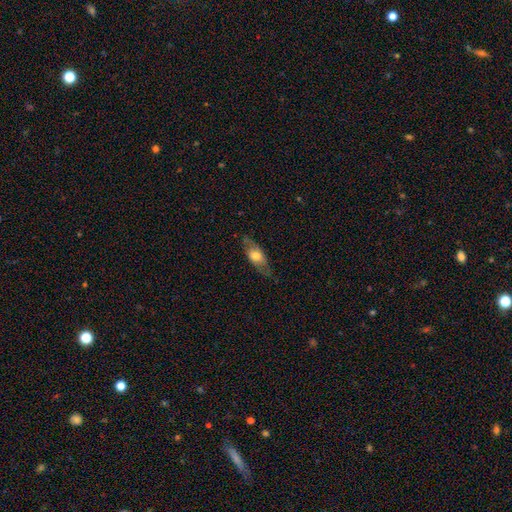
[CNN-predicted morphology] Q: Smooth or featured?
A: smooth (48%); runner-up: featured or disk (46%)
Q: Merging?
A: none (77%); runner-up: minor disturbance (17%)